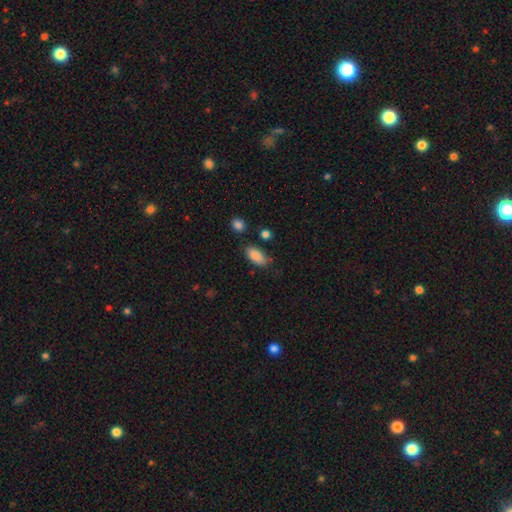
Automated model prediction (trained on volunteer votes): This is clearly a smooth galaxy (86%). How rounded: clearly in between (92%). Merging: likely none (73%).